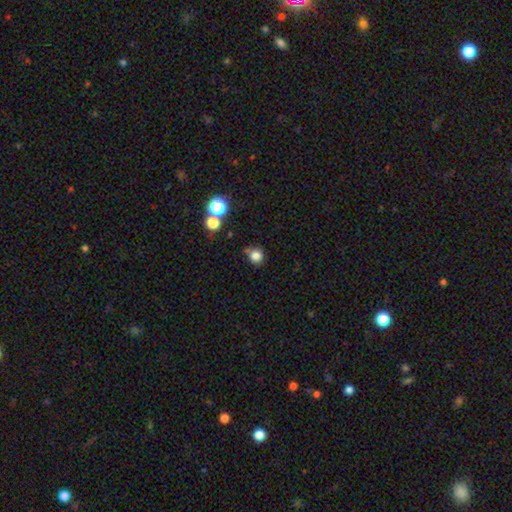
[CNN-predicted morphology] The model was most divided on "merging": none: 67%, minor disturbance: 20%, merger: 8%, major disturbance: 5%. More confident: how rounded — round (88%); smooth or featured — smooth (80%).